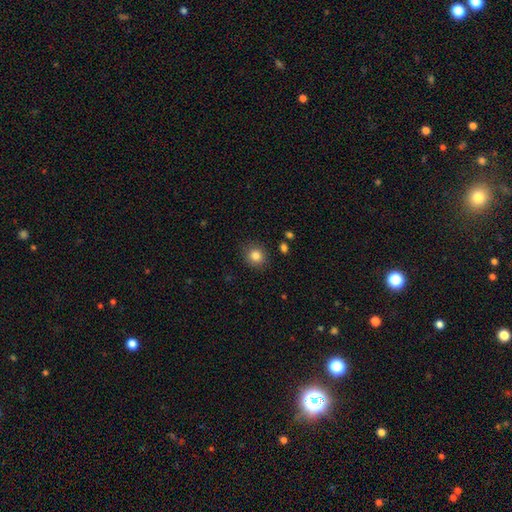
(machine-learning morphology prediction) A smooth galaxy with no disk features (83%) that is round (84%). Merging: none (87%).